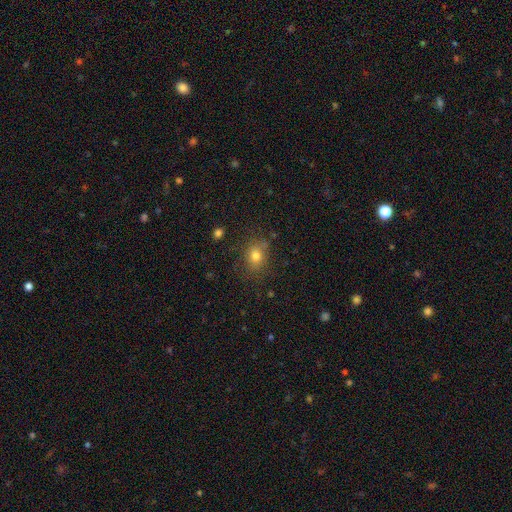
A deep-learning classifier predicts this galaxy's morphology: Overall: smooth (78%). How rounded: in between (49%, tied with round). Merging: none (77%).